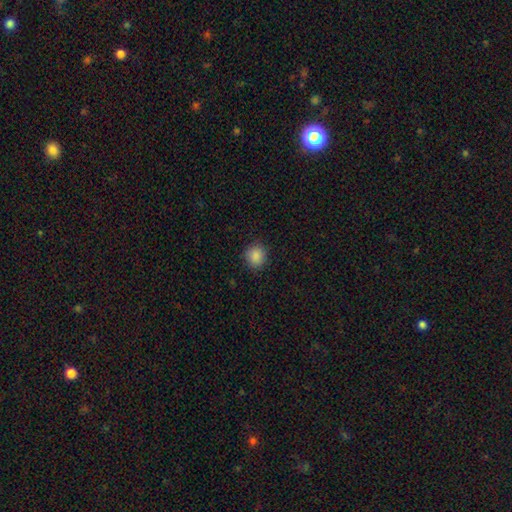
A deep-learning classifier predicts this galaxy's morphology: smooth_or_featured: smooth (p=0.88) [alt: star or artifact p=0.09]
how_rounded: round (p=0.85) [alt: in between p=0.14]
merging: none (p=0.89) [alt: minor disturbance p=0.08]